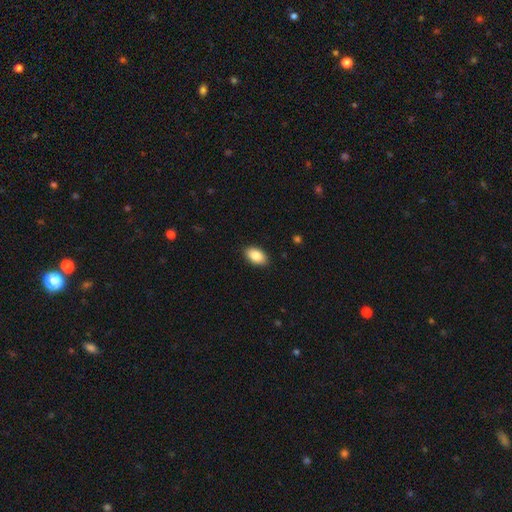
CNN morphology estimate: Smooth or featured? Predicted: smooth (p=0.88). How rounded? Predicted: in between (p=0.94). Merging? Predicted: none (p=0.89).